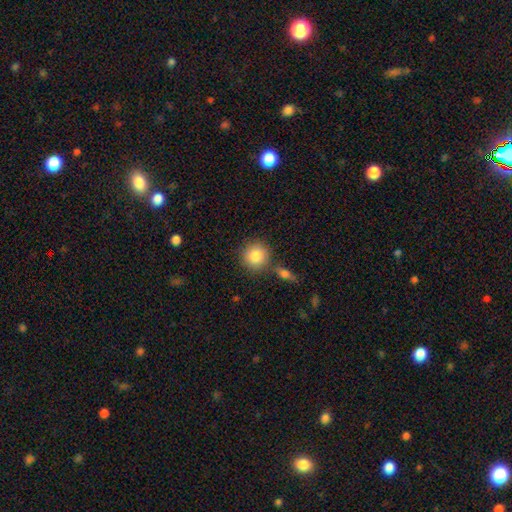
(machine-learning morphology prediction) This is clearly a smooth galaxy (84%). How rounded: clearly round (92%). Merging: likely none (76%).